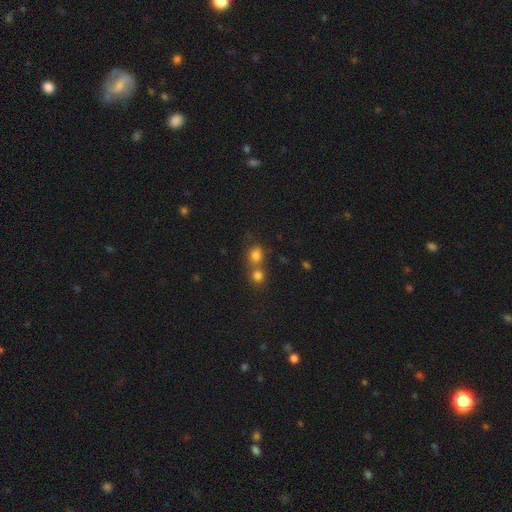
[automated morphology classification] This is likely a smooth galaxy (77%). How rounded: likely round (68%). Merging: possibly merger (46%).